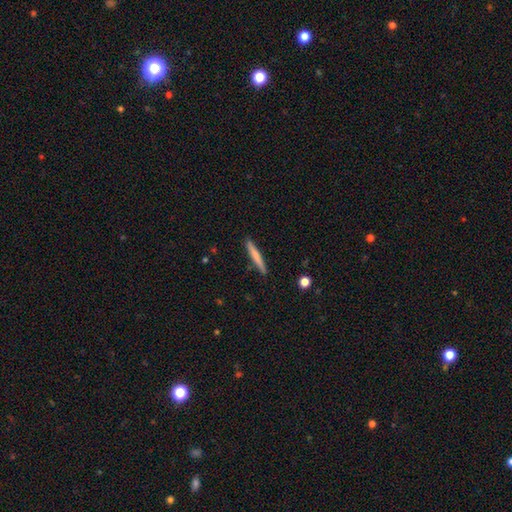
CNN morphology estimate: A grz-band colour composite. It shows a smooth galaxy with no disk features (67%) that is cigar-shaped (96%). Merging: none (89%).